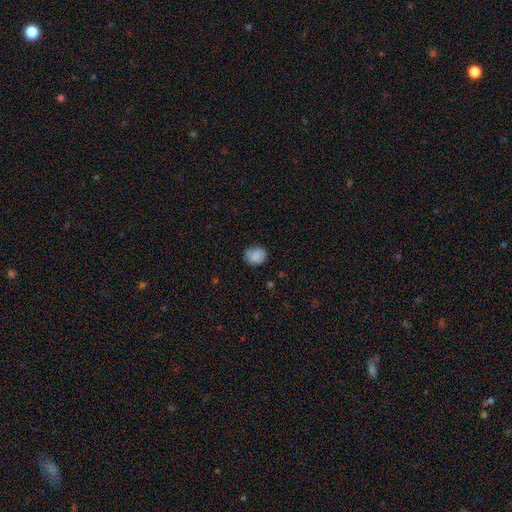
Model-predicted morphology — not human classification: smooth_or_featured: smooth (p=0.82) [alt: featured or disk p=0.10]
how_rounded: round (p=0.74) [alt: in between p=0.26]
merging: none (p=0.76) [alt: minor disturbance p=0.18]